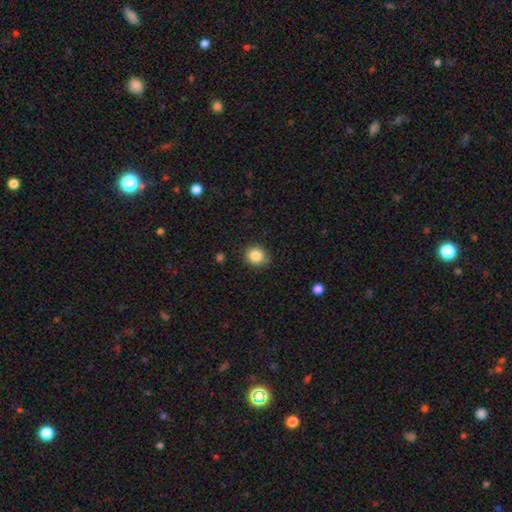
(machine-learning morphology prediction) Smooth or featured?
  - smooth: 84% *
  - star or artifact: 10%
  - featured or disk: 6%
How rounded?
  - round: 84% *
  - in between: 15%
  - cigar-shaped: 1%
Merging?
  - none: 84% *
  - minor disturbance: 12%
  - major disturbance: 2%
  - merger: 1%